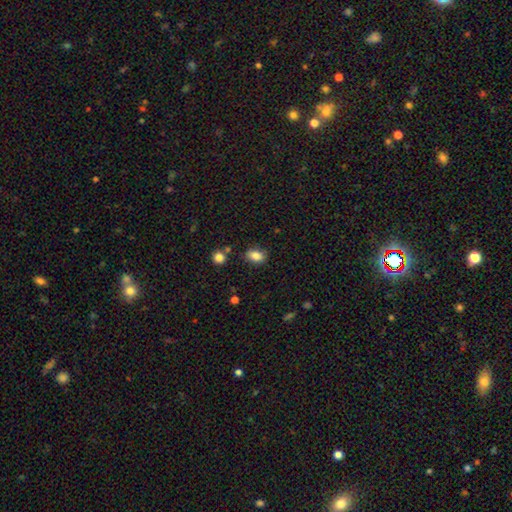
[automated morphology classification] This is clearly a smooth galaxy (84%). How rounded: clearly in between (83%). Merging: likely none (79%).